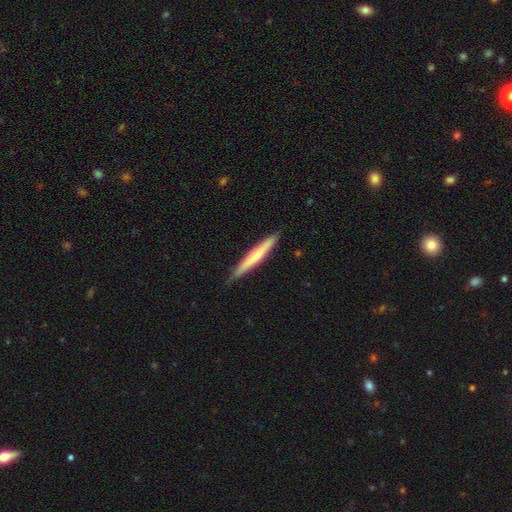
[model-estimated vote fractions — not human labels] This is possibly a smooth galaxy (54%). How rounded: clearly cigar-shaped (96%). Merging: clearly none (87%).